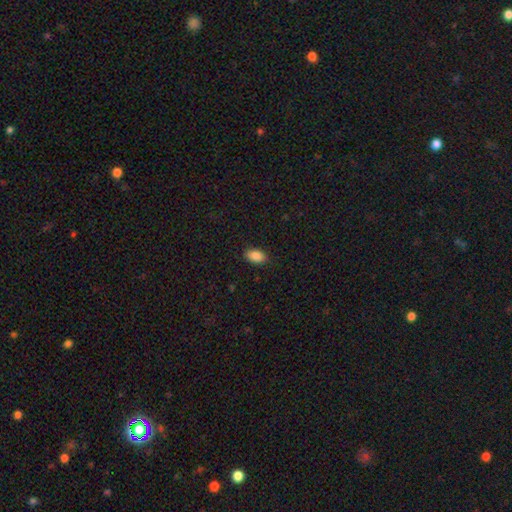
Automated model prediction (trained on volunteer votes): Smooth or featured: smooth — 88% (star or artifact — 8%)
How rounded: in between — 92% (round — 6%)
Merging: none — 88% (minor disturbance — 9%)